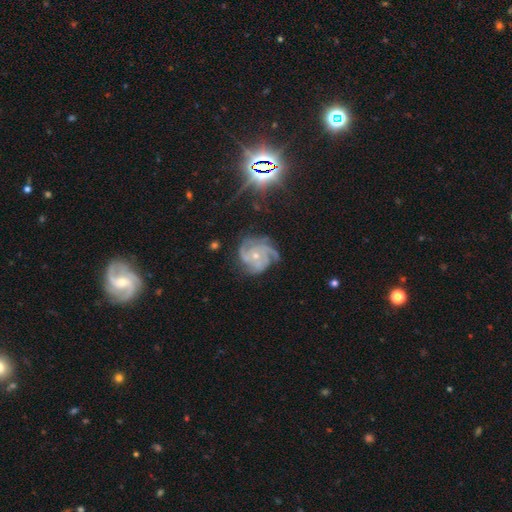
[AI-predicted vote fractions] The model was most divided on "spiral arm count": 3: 41%, 4: 28%, can't tell: 12%, 2: 8%, more than 4: 6%, 1: 5%. More confident: edge-on disk — no (98%); spiral arms — yes (97%); smooth or featured — featured or disk (87%); bar — no (79%); merging — none (66%); bulge size — small (63%); spiral winding — tight (59%).